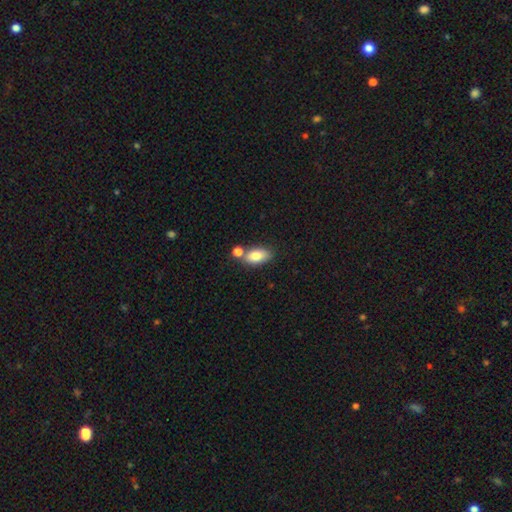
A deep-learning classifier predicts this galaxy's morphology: Q: Smooth or featured?
A: smooth (80%); runner-up: featured or disk (12%)
Q: How rounded?
A: in between (89%); runner-up: round (7%)
Q: Merging?
A: none (60%); runner-up: merger (24%)